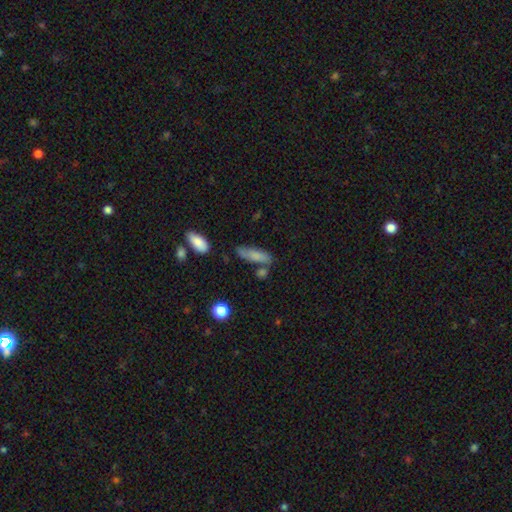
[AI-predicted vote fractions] Smooth or featured: smooth — 74% (featured or disk — 17%)
How rounded: in between — 51% (cigar-shaped — 45%)
Merging: none — 57% (minor disturbance — 22%)